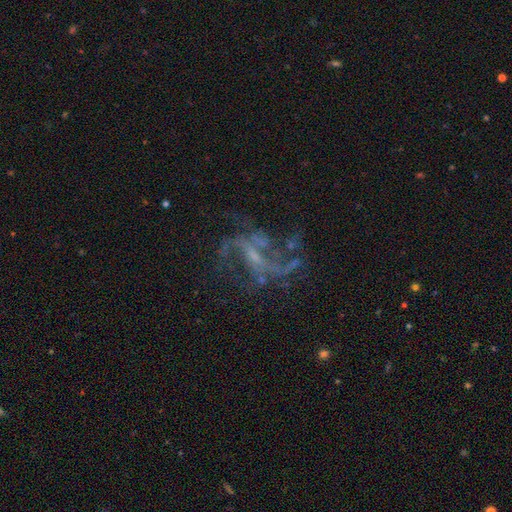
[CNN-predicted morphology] A featured or disk galaxy (80%) with a weak bar (44%), 2 (40%) loose (70%) spiral arms (85%) and a small central bulge (53%).

Vote fractions:
- Smooth or featured? featured or disk: 80% / star or artifact: 14% / smooth: 6%
- Edge-on disk? no: 97% / yes: 3%
- Bar? weak: 44% / no: 34% / strong: 23%
- Spiral arms? yes: 85% / no: 15%
- Spiral winding? loose: 70% / medium: 23% / tight: 6%
- Spiral arm count? 2: 40% / 3: 19% / can't tell: 18% / 4: 9% / 1: 8% / more than 4: 6%
- Bulge size? small: 53% / none: 29% / moderate: 15% / large: 1% / dominant: 1%
- Merging? none: 51% / major disturbance: 29% / minor disturbance: 15% / merger: 5%